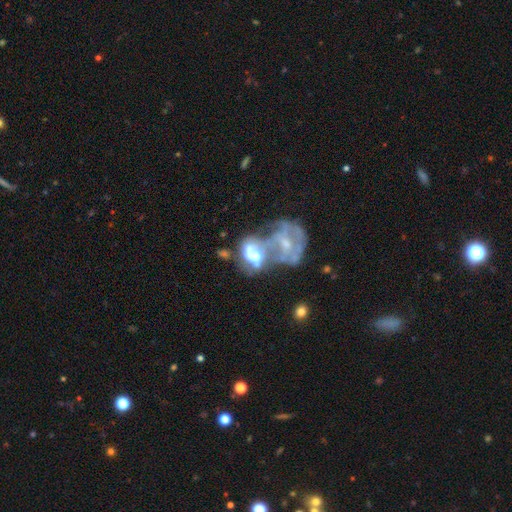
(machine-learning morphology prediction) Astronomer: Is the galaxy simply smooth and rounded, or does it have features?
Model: featured or disk — 59%.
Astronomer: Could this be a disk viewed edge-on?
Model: no — 97%.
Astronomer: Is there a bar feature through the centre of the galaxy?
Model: no — 80%.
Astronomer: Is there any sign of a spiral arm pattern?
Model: no — 80%.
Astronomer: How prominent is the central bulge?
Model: moderate — 43% (runner-up: none, 22%).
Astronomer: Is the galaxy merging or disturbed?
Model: merger — 59%.